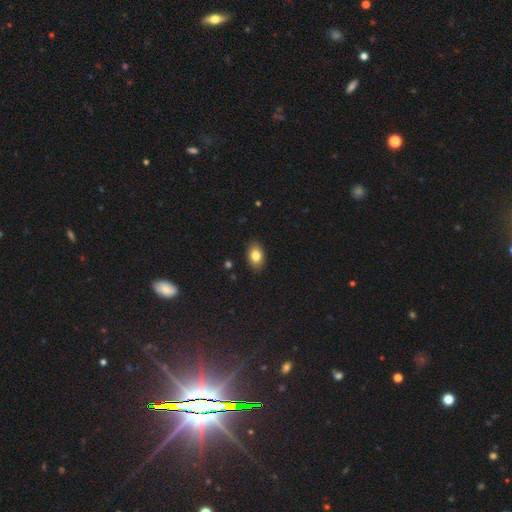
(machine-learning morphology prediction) This is clearly a smooth galaxy (83%). How rounded: clearly in between (86%). Merging: clearly none (89%).